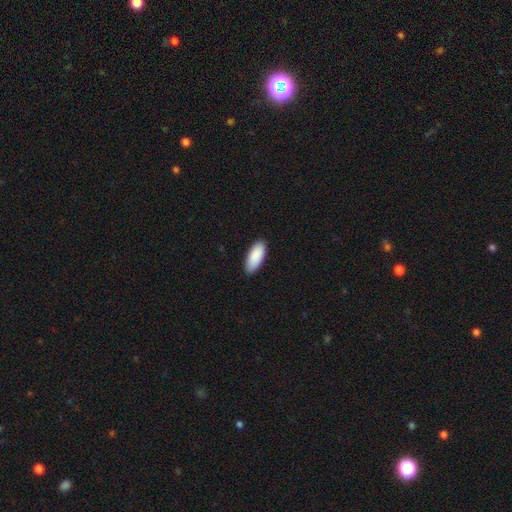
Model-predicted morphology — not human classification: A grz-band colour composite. It shows a smooth galaxy with no disk features (90%) that is in between round and cigar-shaped (85%). Merging: none (88%).